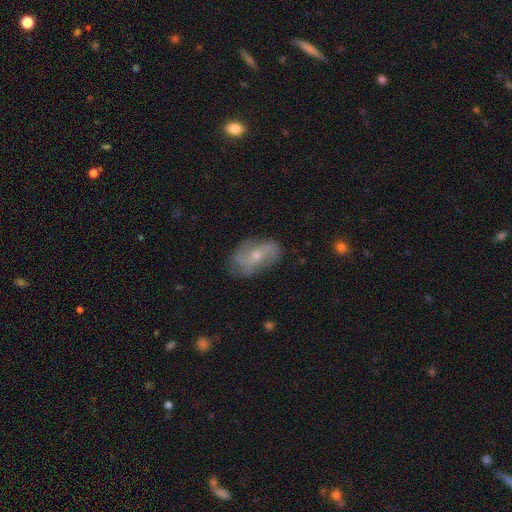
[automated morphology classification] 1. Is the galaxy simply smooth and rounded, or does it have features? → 62% featured or disk, 31% smooth, 8% star or artifact.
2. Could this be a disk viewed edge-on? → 94% no, 6% yes.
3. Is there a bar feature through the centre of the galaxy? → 48% no, 38% weak, 14% strong.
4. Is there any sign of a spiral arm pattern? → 78% yes, 22% no.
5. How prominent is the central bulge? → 48% small, 46% moderate, 3% none, 2% large, 1% dominant.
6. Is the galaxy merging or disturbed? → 69% none, 21% minor disturbance, 8% major disturbance, 2% merger.